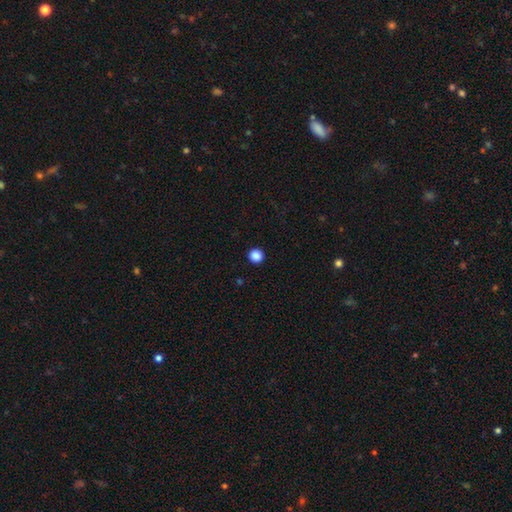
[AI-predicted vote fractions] Q: Smooth or featured?
A: smooth (88%); runner-up: star or artifact (10%)
Q: How rounded?
A: round (94%); runner-up: in between (5%)
Q: Merging?
A: none (94%); runner-up: minor disturbance (4%)